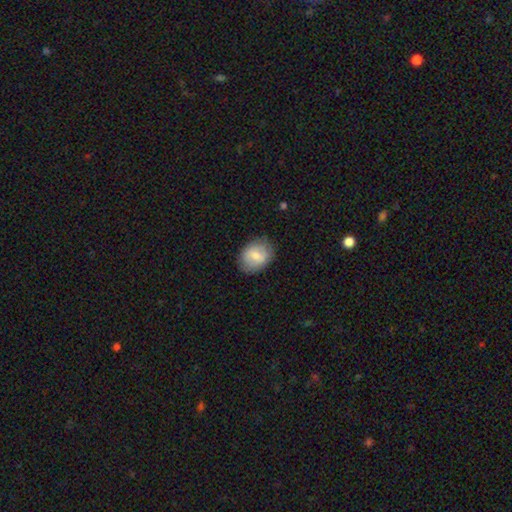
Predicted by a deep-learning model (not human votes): The model was most divided on "how rounded": in between: 60%, round: 39%, cigar-shaped: 1%. More confident: merging — none (81%); smooth or featured — smooth (72%).